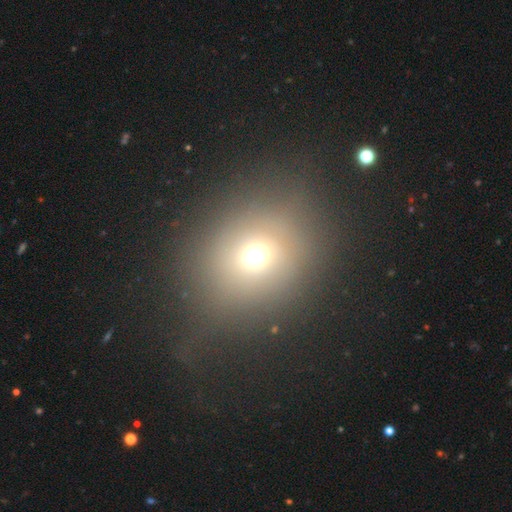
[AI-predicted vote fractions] Smooth or featured? smooth (66%)
How rounded? round (73%)
Merging? none (78%)